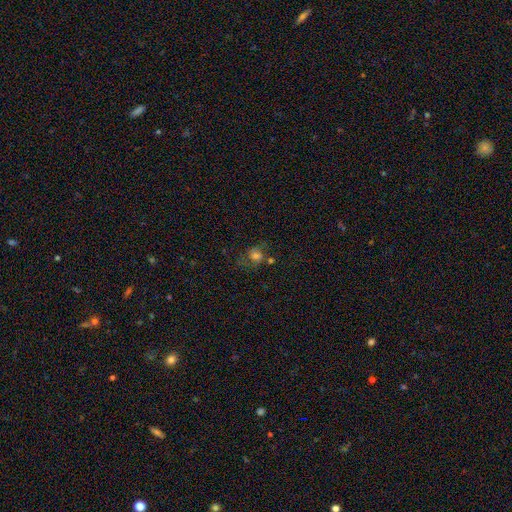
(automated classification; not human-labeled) This appears to be a smooth galaxy with no disk features (57%) that is round (71%). Merging: none (46%).